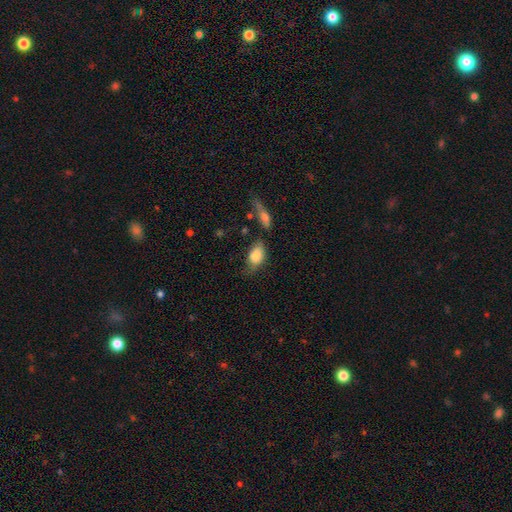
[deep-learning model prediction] The model was most divided on "merging": none: 51%, minor disturbance: 31%, major disturbance: 10%, merger: 8%. More confident: how rounded — in between (88%); smooth or featured — smooth (82%).